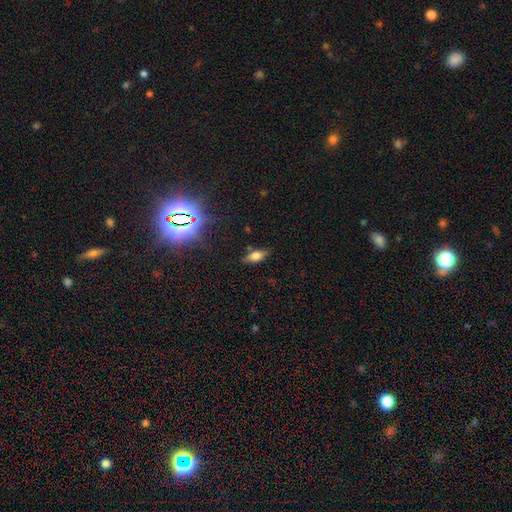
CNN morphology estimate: This is likely a smooth galaxy (65%). How rounded: likely in between (80%). Merging: likely none (78%).